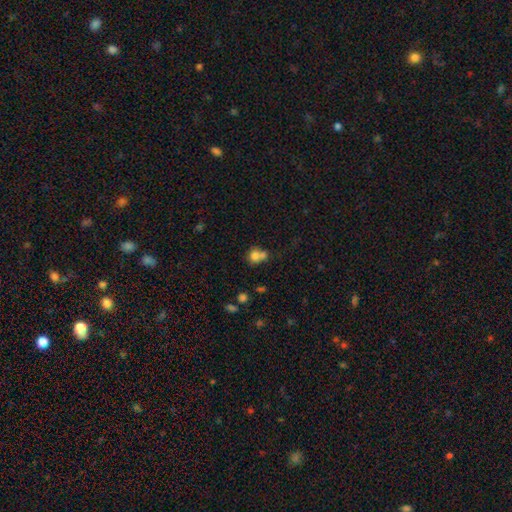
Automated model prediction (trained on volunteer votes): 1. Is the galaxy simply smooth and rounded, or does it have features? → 76% smooth, 12% featured or disk, 12% star or artifact.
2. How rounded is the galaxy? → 76% round, 23% in between, 1% cigar-shaped.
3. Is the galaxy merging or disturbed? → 50% merger, 35% none, 10% minor disturbance, 5% major disturbance.